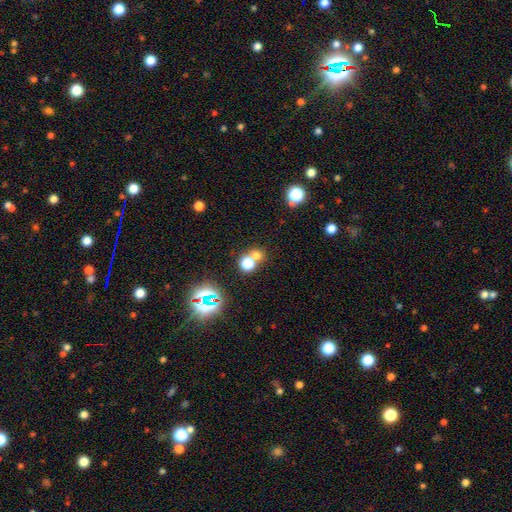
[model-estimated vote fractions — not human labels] This is likely a smooth galaxy (64%). How rounded: clearly round (81%). Merging: possibly none (51%).